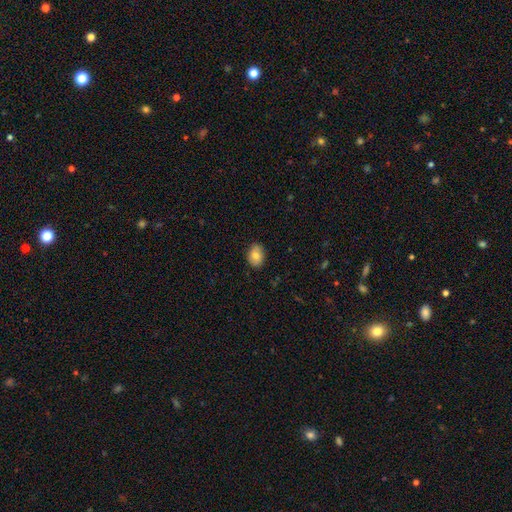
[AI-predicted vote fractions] A smooth galaxy with no disk features (80%) that is in between round and cigar-shaped (71%).

Vote fractions:
- Smooth or featured? smooth: 80% / featured or disk: 12% / star or artifact: 8%
- How rounded? in between: 71% / round: 28% / cigar-shaped: 1%
- Merging? none: 86% / minor disturbance: 11% / major disturbance: 2% / merger: 1%